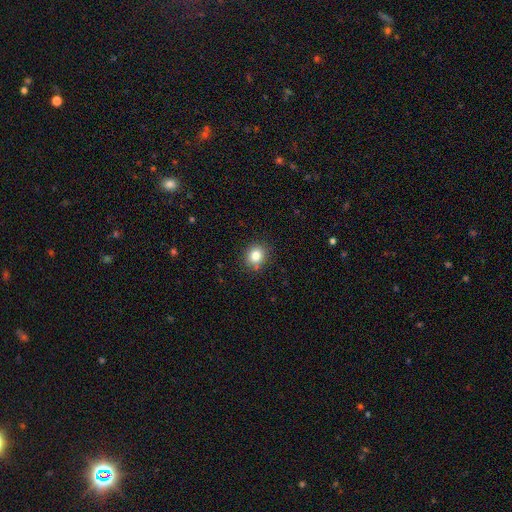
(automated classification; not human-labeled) smooth-or-featured: smooth: 82% | star or artifact: 11% | featured or disk: 7%
  how-rounded: round: 77% | in between: 22% | cigar-shaped: 1%
  merging: none: 86% | minor disturbance: 9% | major disturbance: 2% | merger: 2%